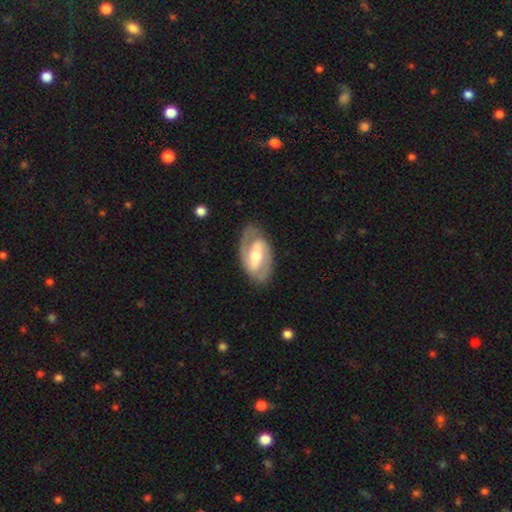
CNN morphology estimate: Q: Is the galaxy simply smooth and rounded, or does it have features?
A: featured or disk — 82%.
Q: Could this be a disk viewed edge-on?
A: no — 95%.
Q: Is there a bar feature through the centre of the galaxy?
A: strong — 56%.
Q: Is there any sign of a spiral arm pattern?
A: yes — 87%.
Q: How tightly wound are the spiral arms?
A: medium — 48%.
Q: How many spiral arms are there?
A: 2 — 89%.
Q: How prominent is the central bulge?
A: moderate — 62%.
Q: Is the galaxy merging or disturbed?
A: none — 81%.